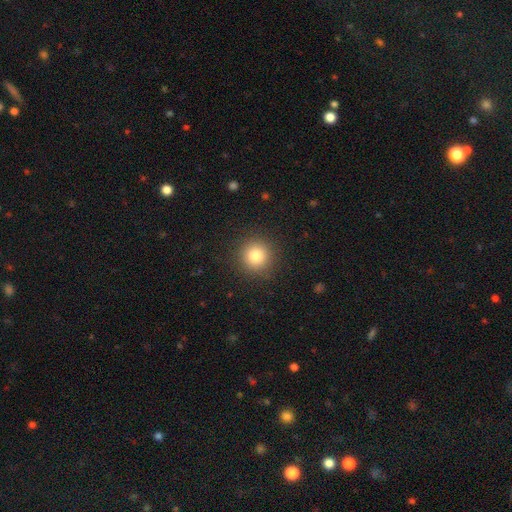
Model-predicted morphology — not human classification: smooth-or-featured: smooth: 81% | star or artifact: 12% | featured or disk: 7%
  how-rounded: round: 94% | in between: 5% | cigar-shaped: 1%
  merging: none: 90% | minor disturbance: 6% | major disturbance: 3% | merger: 1%